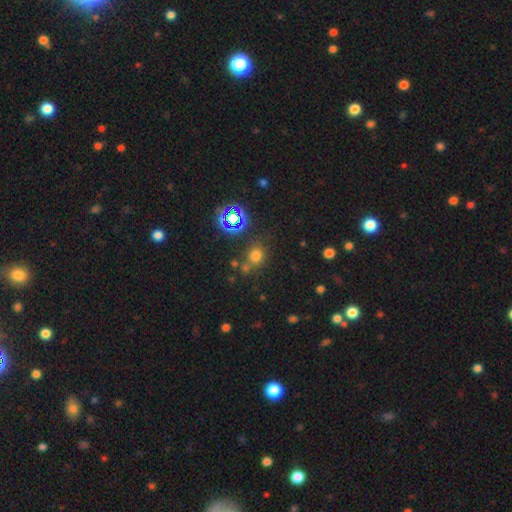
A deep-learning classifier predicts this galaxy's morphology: The model was most divided on "smooth or featured": smooth: 62%, star or artifact: 30%, featured or disk: 8%. More confident: how rounded — round (80%); merging — none (70%).